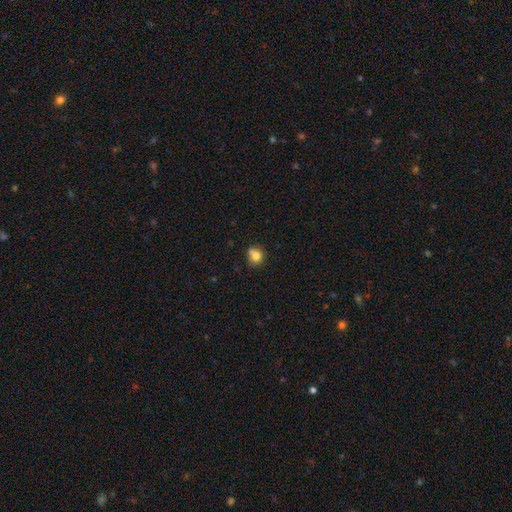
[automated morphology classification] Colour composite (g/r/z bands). It shows a smooth galaxy with no disk features (78%) that is round (75%). Merging: none (52%).